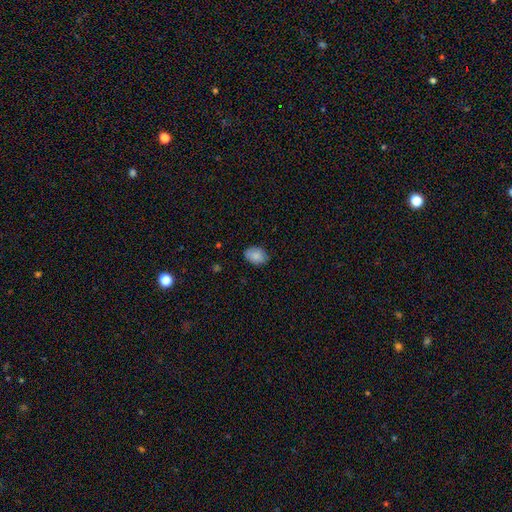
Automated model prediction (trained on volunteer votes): smooth_or_featured: smooth (p=0.87) [alt: star or artifact p=0.07]
how_rounded: in between (p=0.76) [alt: round p=0.23]
merging: none (p=0.80) [alt: minor disturbance p=0.16]